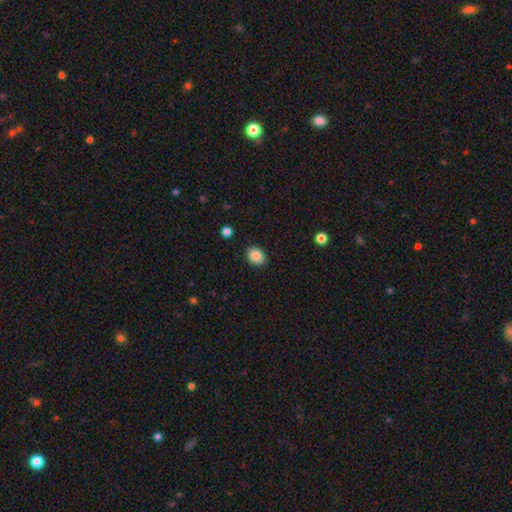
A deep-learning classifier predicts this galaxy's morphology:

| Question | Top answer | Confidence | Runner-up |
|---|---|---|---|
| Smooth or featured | smooth | 87% | star or artifact (9%) |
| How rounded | in between | 65% | round (34%) |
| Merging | none | 88% | minor disturbance (9%) |